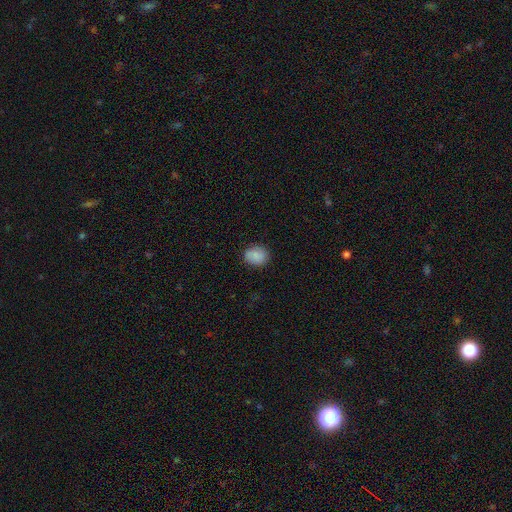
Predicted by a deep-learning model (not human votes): smooth-or-featured: smooth: 86% | star or artifact: 8% | featured or disk: 6%
  how-rounded: round: 60% | in between: 39% | cigar-shaped: 1%
  merging: none: 85% | minor disturbance: 11% | major disturbance: 3% | merger: 1%